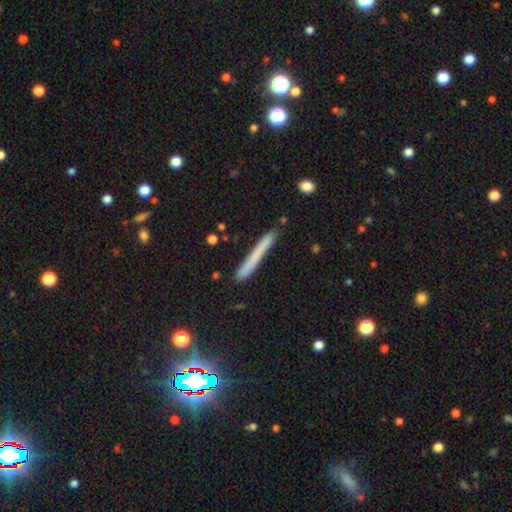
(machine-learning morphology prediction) smooth_or_featured: smooth (p=0.65) [alt: featured or disk p=0.26]
how_rounded: cigar-shaped (p=0.96) [alt: in between p=0.02]
merging: none (p=0.84) [alt: minor disturbance p=0.12]